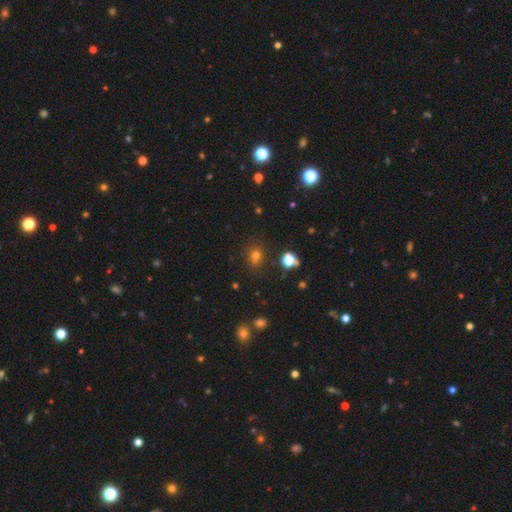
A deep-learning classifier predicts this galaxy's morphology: Smooth or featured? smooth (71%)
How rounded? round (69%)
Merging? none (81%)